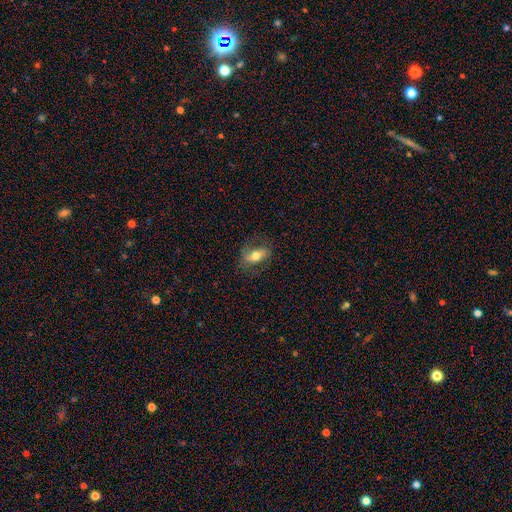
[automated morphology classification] Overall: smooth (53%; featured or disk 39%). How rounded: in between (82%). Merging: none (74%).